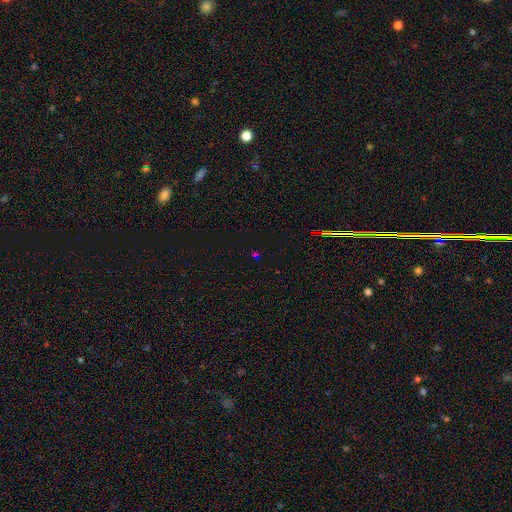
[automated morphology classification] Overall: star or artifact (62%; smooth 30%).